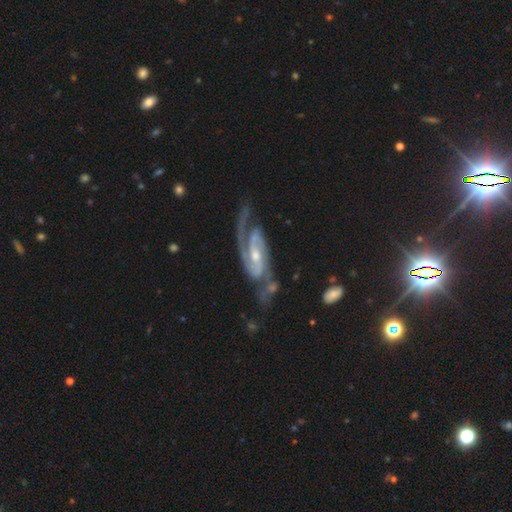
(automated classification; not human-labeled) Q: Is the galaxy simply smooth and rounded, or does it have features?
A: featured or disk — 92%.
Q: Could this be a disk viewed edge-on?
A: no — 95%.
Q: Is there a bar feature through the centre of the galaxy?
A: weak — 41%.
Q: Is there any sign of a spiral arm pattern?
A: yes — 98%.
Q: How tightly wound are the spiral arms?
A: medium — 50%.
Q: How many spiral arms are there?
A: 2 — 87%.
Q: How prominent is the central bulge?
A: small — 52%.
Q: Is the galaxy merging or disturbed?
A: none — 65%.